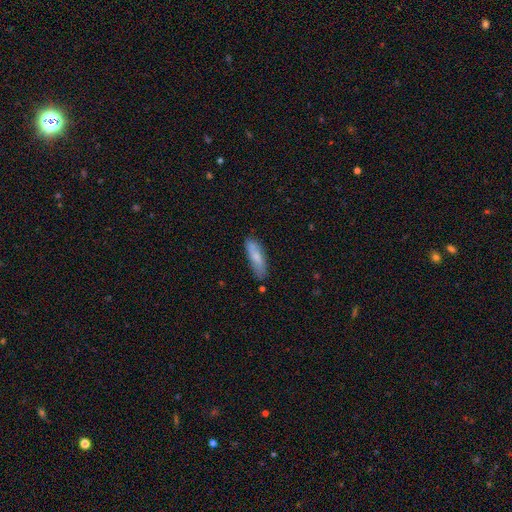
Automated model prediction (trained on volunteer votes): Q: Smooth or featured?
A: smooth (75%); runner-up: featured or disk (19%)
Q: How rounded?
A: cigar-shaped (63%); runner-up: in between (35%)
Q: Merging?
A: none (75%); runner-up: minor disturbance (19%)